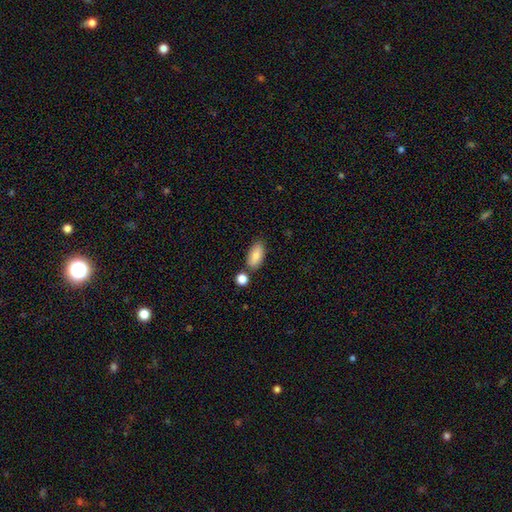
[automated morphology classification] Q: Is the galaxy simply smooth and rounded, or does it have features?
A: smooth — 85%.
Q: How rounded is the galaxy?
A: in between — 90%.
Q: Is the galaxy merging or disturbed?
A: none — 75%.